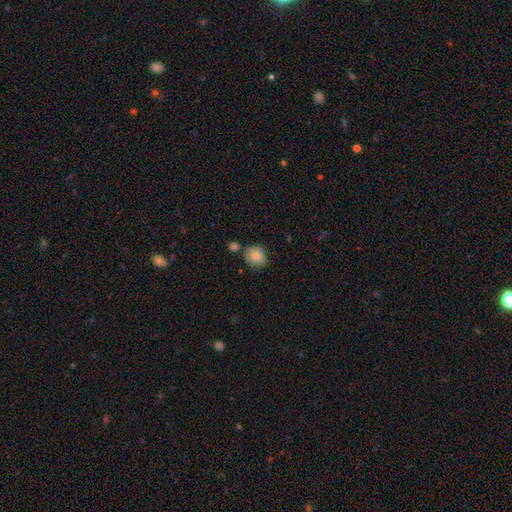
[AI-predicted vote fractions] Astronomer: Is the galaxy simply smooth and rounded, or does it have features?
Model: smooth — 84%.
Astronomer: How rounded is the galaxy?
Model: round — 74%.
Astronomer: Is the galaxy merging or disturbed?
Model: none — 70%.